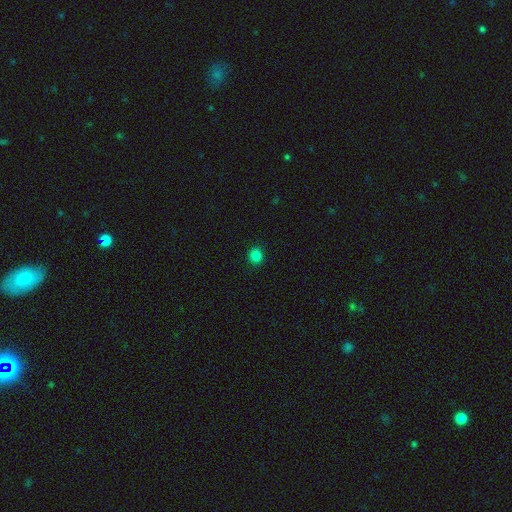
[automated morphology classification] This is clearly a smooth galaxy (84%). How rounded: clearly round (82%). Merging: clearly none (91%).